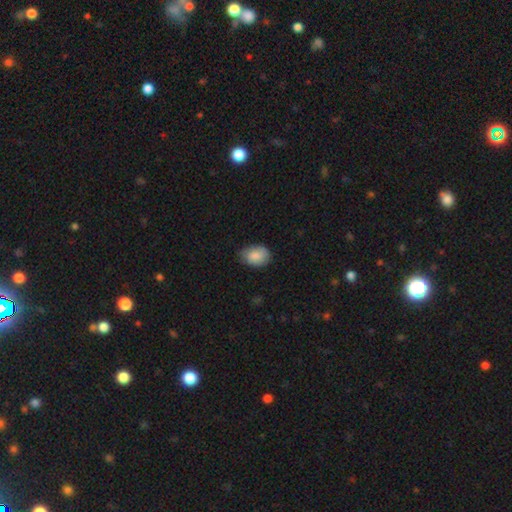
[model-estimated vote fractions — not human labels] Smooth or featured?
  - smooth: 85% *
  - featured or disk: 8%
  - star or artifact: 7%
How rounded?
  - in between: 72% *
  - round: 27%
  - cigar-shaped: 1%
Merging?
  - none: 70% *
  - minor disturbance: 25%
  - major disturbance: 4%
  - merger: 1%